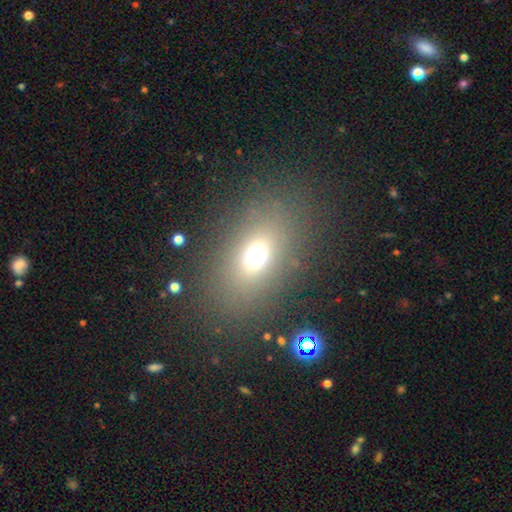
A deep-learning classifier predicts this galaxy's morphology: A smooth galaxy with no disk features (64%) that is in between round and cigar-shaped (68%). Merging: none (81%).